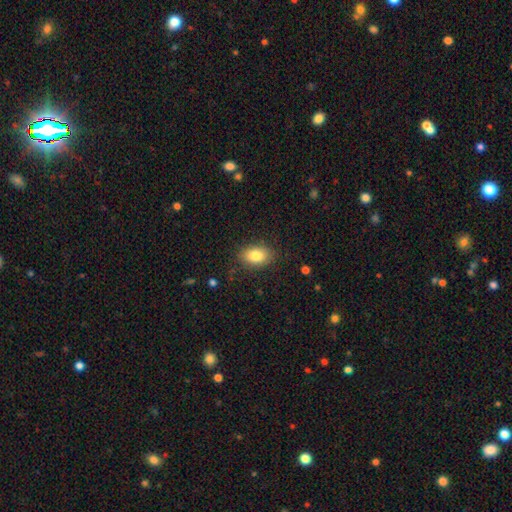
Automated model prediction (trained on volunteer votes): This appears to be a smooth galaxy with no disk features (82%) that is in between round and cigar-shaped (85%). Merging: none (85%).